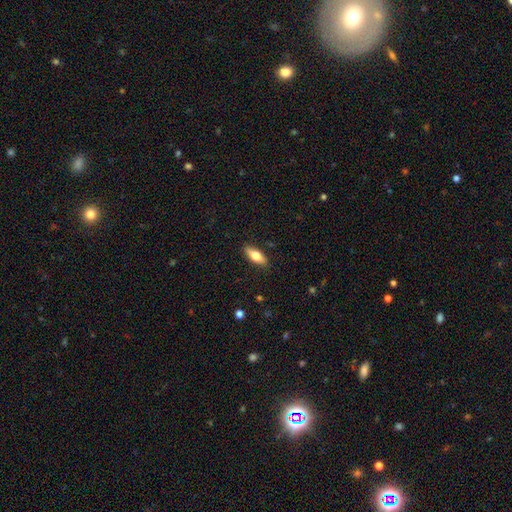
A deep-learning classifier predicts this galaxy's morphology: smooth_or_featured: smooth (p=0.70) [alt: featured or disk p=0.24]
how_rounded: in between (p=0.70) [alt: cigar-shaped p=0.27]
merging: none (p=0.88) [alt: minor disturbance p=0.09]